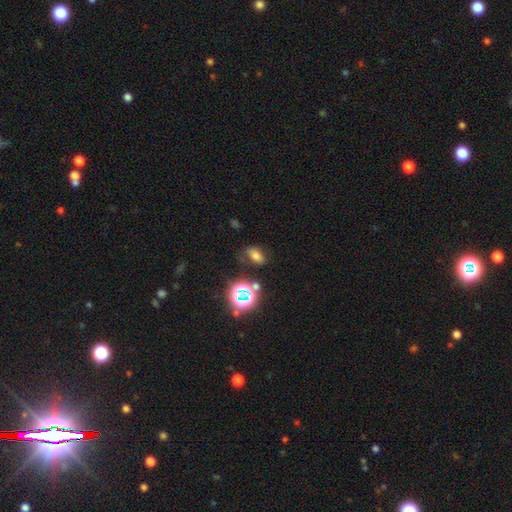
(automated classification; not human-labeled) Q: Smooth or featured?
A: smooth (63%); runner-up: star or artifact (27%)
Q: How rounded?
A: in between (83%); runner-up: round (15%)
Q: Merging?
A: none (67%); runner-up: minor disturbance (18%)